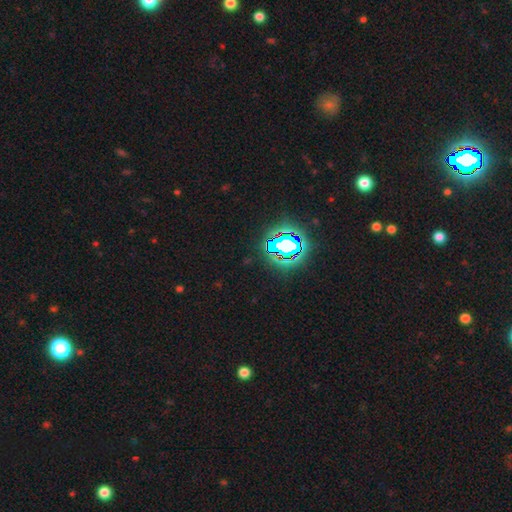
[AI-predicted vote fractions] smooth-or-featured: star or artifact: 81% | smooth: 12% | featured or disk: 7%